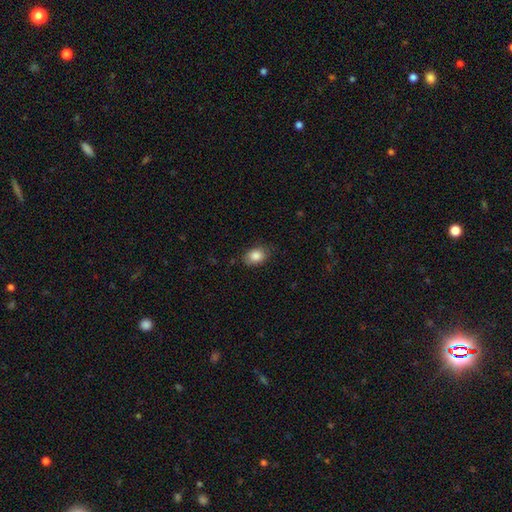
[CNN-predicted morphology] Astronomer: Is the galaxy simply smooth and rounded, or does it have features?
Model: smooth — 86%.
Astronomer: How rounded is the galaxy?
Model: in between — 76%.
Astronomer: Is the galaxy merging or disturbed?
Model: none — 79%.